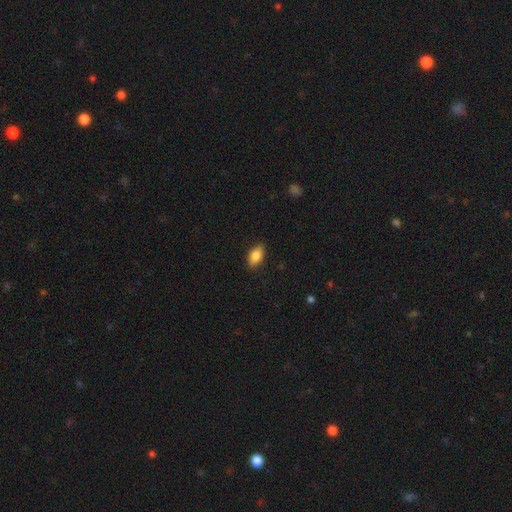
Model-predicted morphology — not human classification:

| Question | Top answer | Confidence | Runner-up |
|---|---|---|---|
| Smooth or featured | smooth | 84% | featured or disk (9%) |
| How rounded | in between | 89% | cigar-shaped (6%) |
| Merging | none | 85% | minor disturbance (11%) |